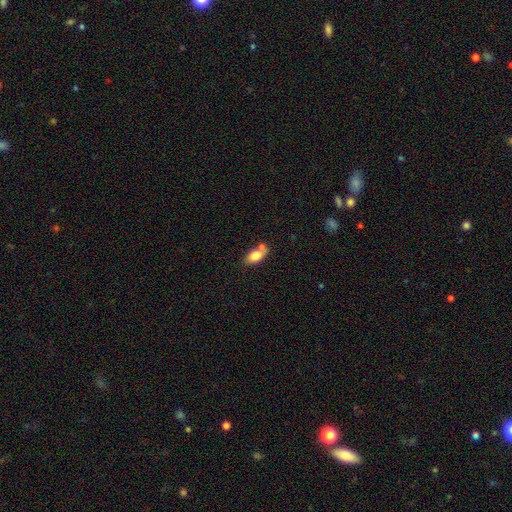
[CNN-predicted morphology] This appears to be a smooth galaxy with no disk features (77%) that is in between round and cigar-shaped (88%). Merging: none (48%).